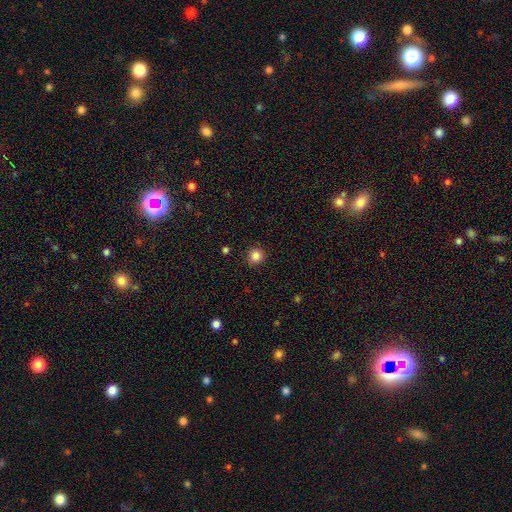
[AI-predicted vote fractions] A smooth galaxy with no disk features (85%) that is round (94%).

Vote fractions:
- Smooth or featured? smooth: 85% / star or artifact: 11% / featured or disk: 4%
- How rounded? round: 94% / in between: 5% / cigar-shaped: 1%
- Merging? none: 89% / minor disturbance: 8% / major disturbance: 2% / merger: 1%